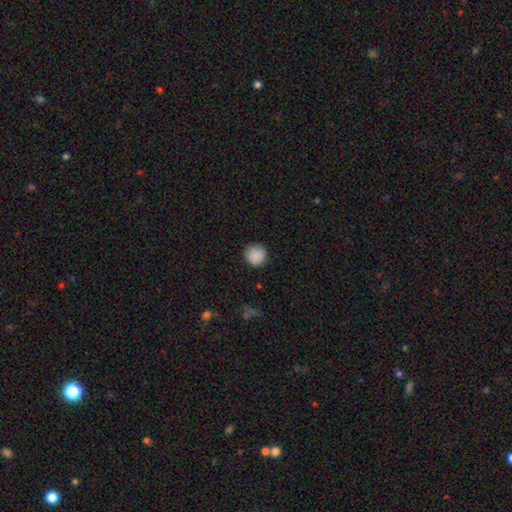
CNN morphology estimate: The model was most divided on "smooth or featured": smooth: 89%, star or artifact: 8%, featured or disk: 3%. More confident: how rounded — round (95%); merging — none (89%).